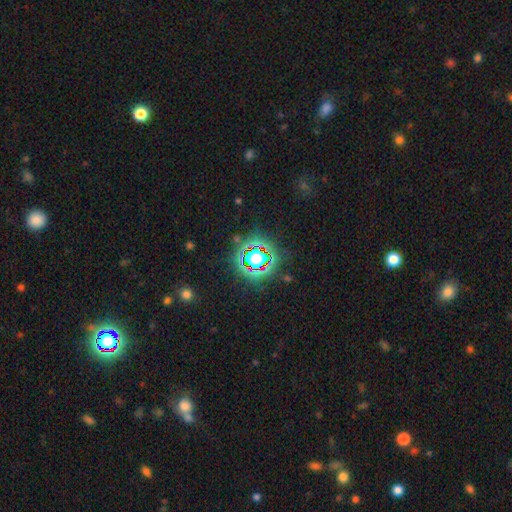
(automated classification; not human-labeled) Morphology: type=star or artifact (79%).